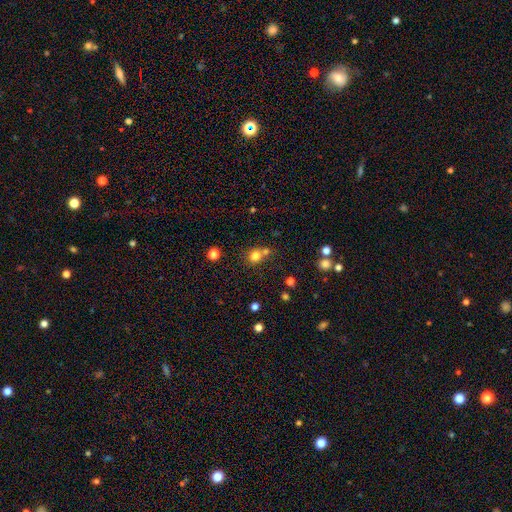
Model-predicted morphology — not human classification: smooth_or_featured: smooth (p=0.78) [alt: star or artifact p=0.15]
how_rounded: round (p=0.83) [alt: in between p=0.16]
merging: none (p=0.54) [alt: merger p=0.32]